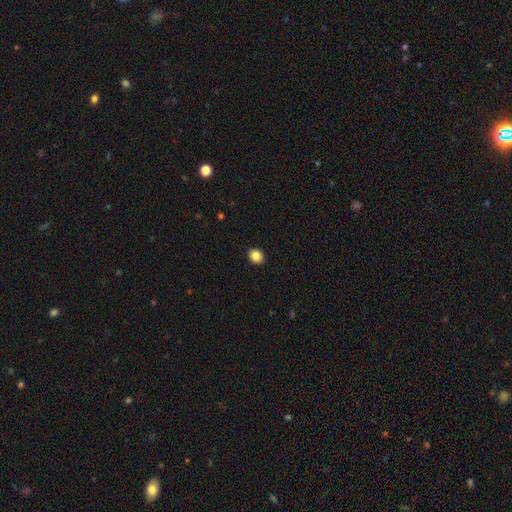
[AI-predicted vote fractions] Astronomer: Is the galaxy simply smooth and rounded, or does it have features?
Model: smooth — 85%.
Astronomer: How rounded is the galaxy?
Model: round — 56% (runner-up: in between, 44%).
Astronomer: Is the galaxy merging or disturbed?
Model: none — 91%.